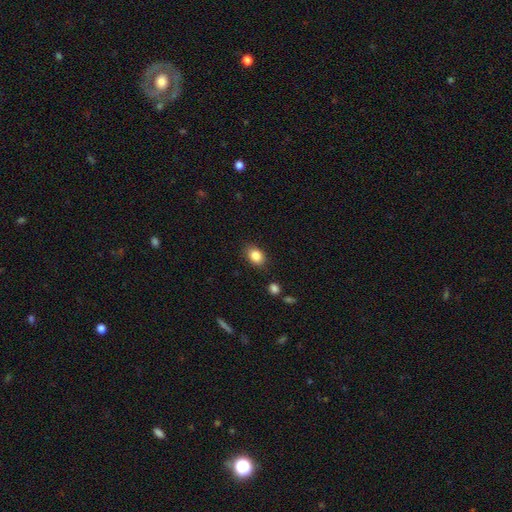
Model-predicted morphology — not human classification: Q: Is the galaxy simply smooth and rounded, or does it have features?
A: smooth — 85%.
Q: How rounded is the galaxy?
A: in between — 68%.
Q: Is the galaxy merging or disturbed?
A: none — 84%.